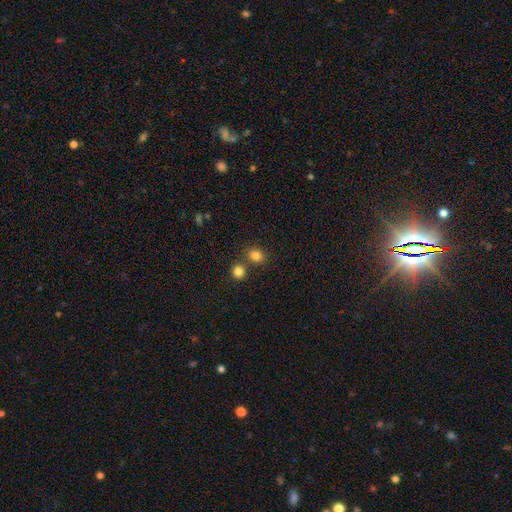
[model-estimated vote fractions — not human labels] Smooth or featured? Predicted: smooth (p=0.82). How rounded? Predicted: round (p=0.67). Merging? Predicted: none (p=0.67).